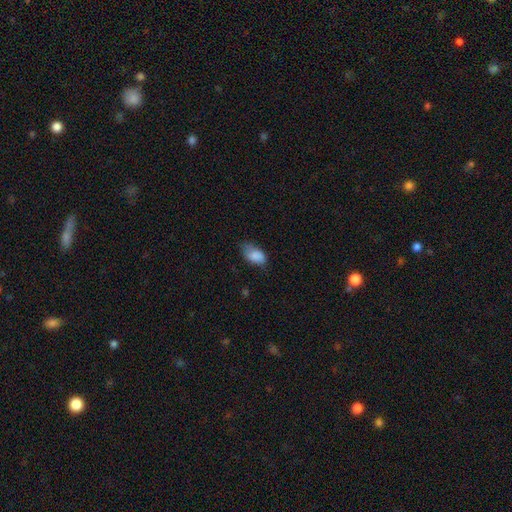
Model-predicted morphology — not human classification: Smooth or featured?
  - smooth: 85% *
  - star or artifact: 8%
  - featured or disk: 7%
How rounded?
  - in between: 91% *
  - round: 7%
  - cigar-shaped: 2%
Merging?
  - none: 49% *
  - minor disturbance: 38%
  - major disturbance: 11%
  - merger: 2%